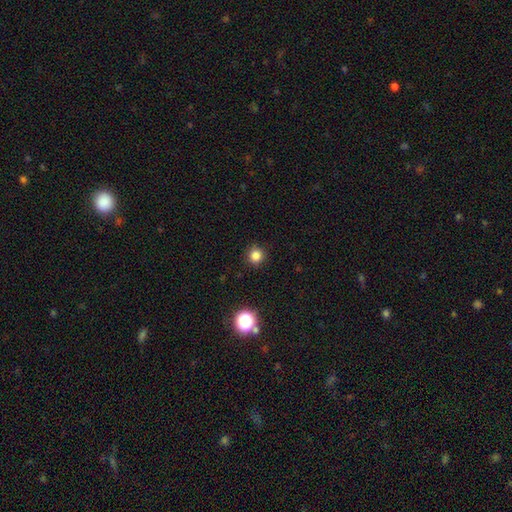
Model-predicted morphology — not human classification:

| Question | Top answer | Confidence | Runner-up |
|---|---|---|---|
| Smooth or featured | smooth | 82% | star or artifact (14%) |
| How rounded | round | 93% | in between (6%) |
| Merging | none | 91% | minor disturbance (6%) |